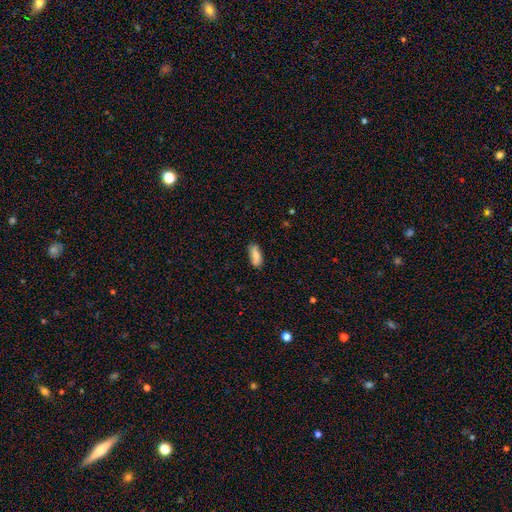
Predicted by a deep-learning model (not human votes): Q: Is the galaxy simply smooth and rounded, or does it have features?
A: smooth — 82%.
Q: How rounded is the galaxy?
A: in between — 79%.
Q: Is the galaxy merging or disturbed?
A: none — 81%.